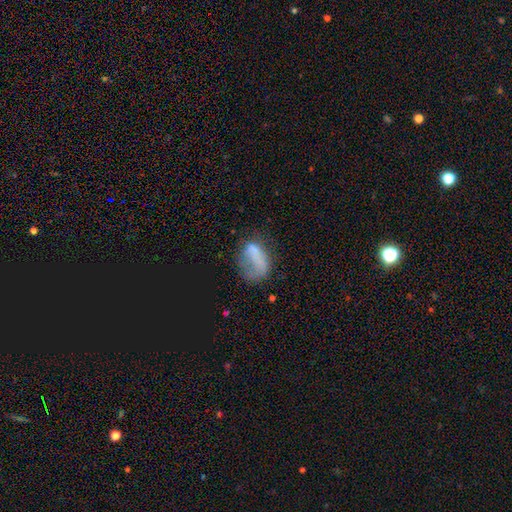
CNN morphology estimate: Smooth or featured? Predicted: smooth (p=0.58). How rounded? Predicted: in between (p=0.81). Merging? Predicted: major disturbance (p=0.42).